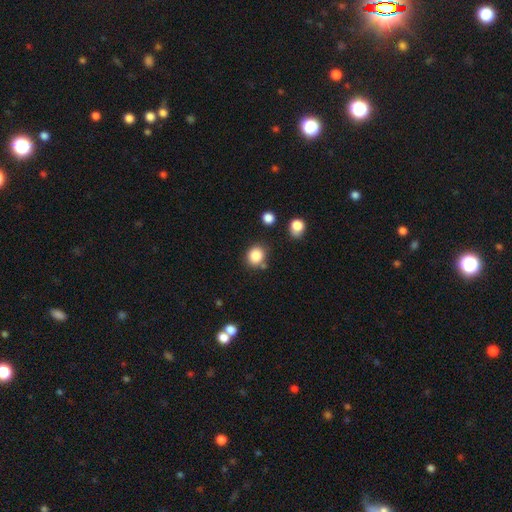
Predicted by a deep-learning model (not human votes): Overall: smooth (85%). How rounded: round (80%). Merging: none (76%).